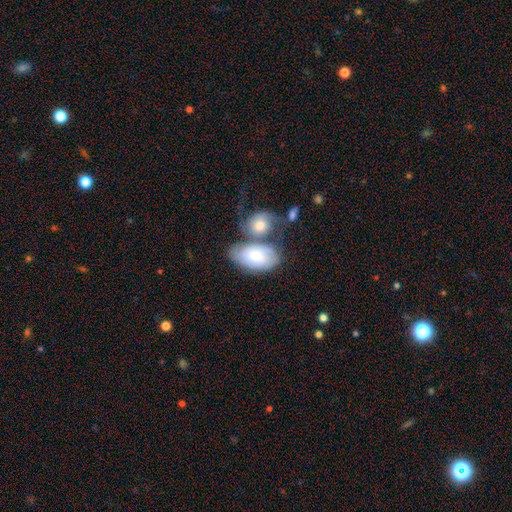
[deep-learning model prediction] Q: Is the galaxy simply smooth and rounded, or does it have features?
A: smooth — 63%.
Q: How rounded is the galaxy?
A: in between — 92%.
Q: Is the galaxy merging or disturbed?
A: merger — 39%.